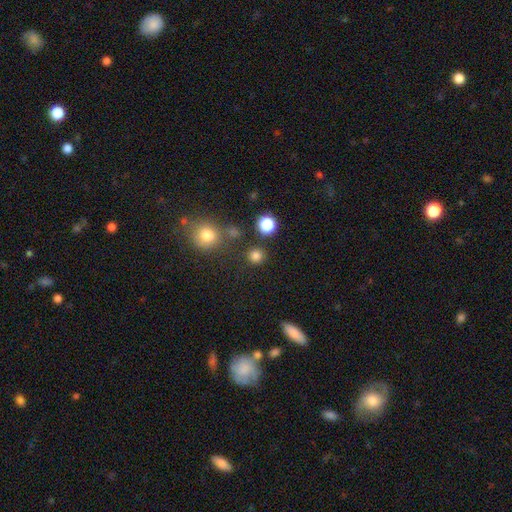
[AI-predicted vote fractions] Q: Smooth or featured?
A: smooth (80%); runner-up: star or artifact (15%)
Q: How rounded?
A: round (92%); runner-up: in between (7%)
Q: Merging?
A: none (84%); runner-up: minor disturbance (7%)